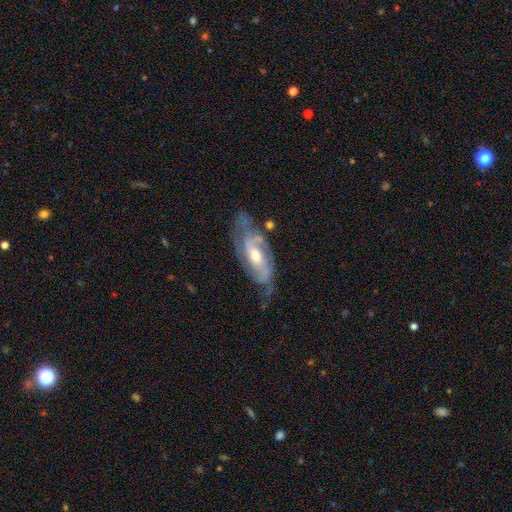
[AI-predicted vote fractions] Smooth or featured: featured or disk — 86% (smooth — 9%)
Edge-on disk: no — 92% (yes — 8%)
Bar: no — 48% (weak — 39%)
Spiral arms: yes — 95% (no — 5%)
Spiral winding: tight — 45% (medium — 42%)
Spiral arm count: 2 — 62% (can't tell — 16%)
Bulge size: moderate — 69% (small — 22%)
Merging: none — 62% (minor disturbance — 24%)